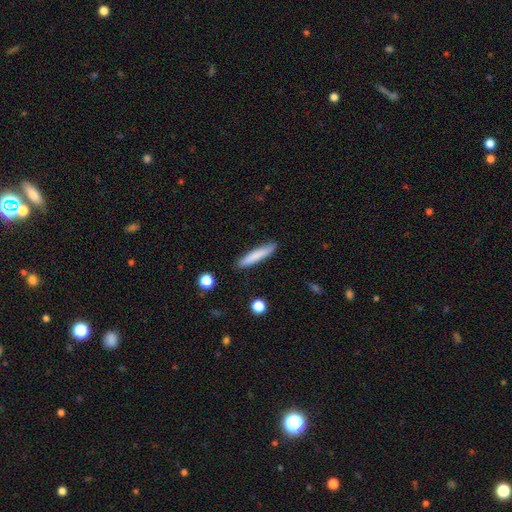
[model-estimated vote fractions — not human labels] smooth-or-featured: smooth: 79% | featured or disk: 15% | star or artifact: 6%
  how-rounded: cigar-shaped: 91% | in between: 7% | round: 1%
  merging: none: 88% | minor disturbance: 9% | major disturbance: 2% | merger: 1%